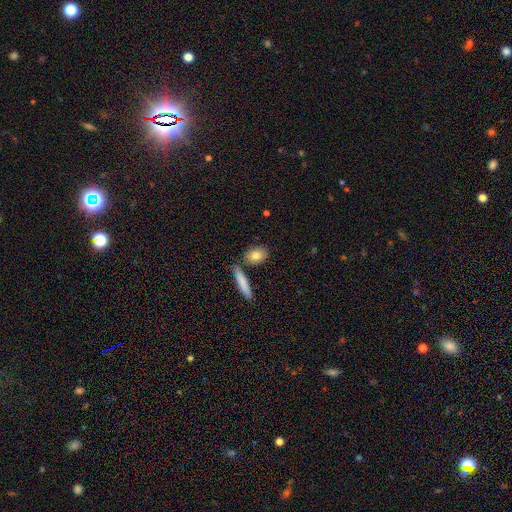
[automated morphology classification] smooth 81%, featured or disk 12%, star or artifact 7%. Down the decision tree: how rounded — in between (64%); merging — none (75%).